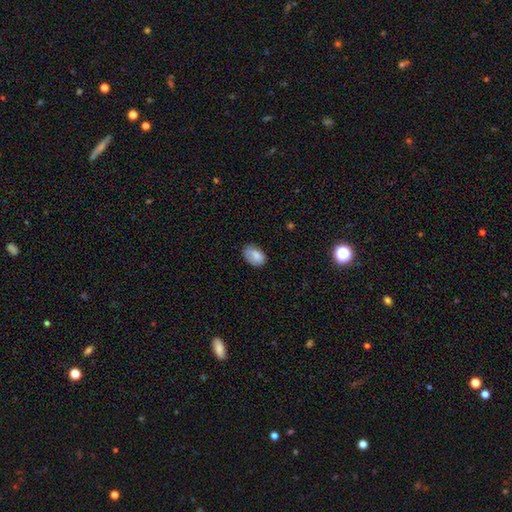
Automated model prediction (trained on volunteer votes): The model was most divided on "merging": none: 64%, minor disturbance: 26%, major disturbance: 8%, merger: 2%. More confident: how rounded — in between (85%); smooth or featured — smooth (82%).